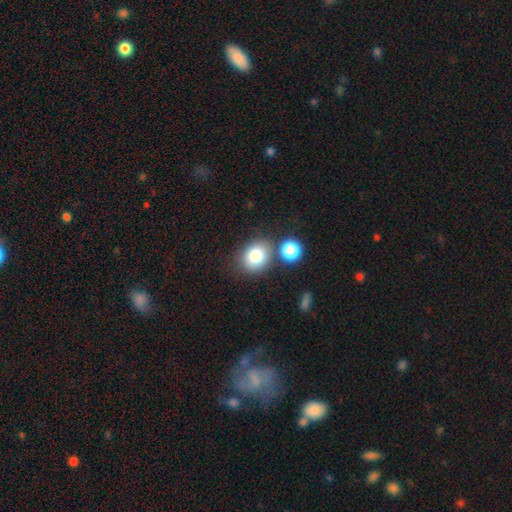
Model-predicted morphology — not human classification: Smooth or featured?
  - smooth: 80% *
  - star or artifact: 10%
  - featured or disk: 9%
How rounded?
  - round: 57% *
  - in between: 42%
  - cigar-shaped: 1%
Merging?
  - none: 67% *
  - merger: 17%
  - minor disturbance: 11%
  - major disturbance: 4%